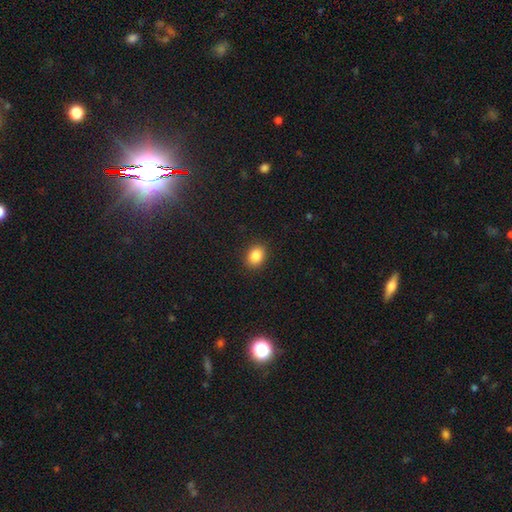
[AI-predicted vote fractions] Smooth or featured? Predicted: smooth (p=0.86). How rounded? Predicted: in between (p=0.56). Merging? Predicted: none (p=0.90).